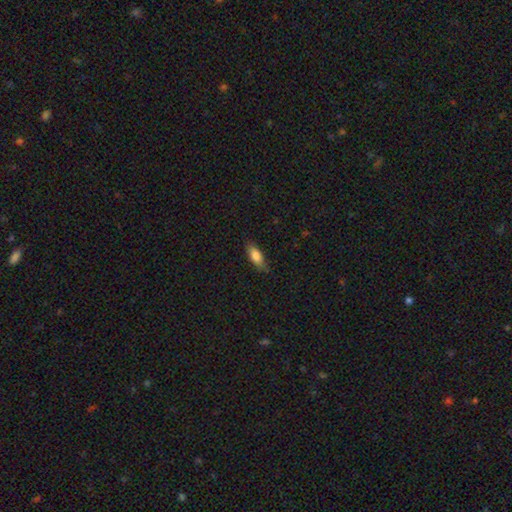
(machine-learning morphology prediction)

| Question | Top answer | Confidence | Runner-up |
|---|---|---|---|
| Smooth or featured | smooth | 81% | featured or disk (12%) |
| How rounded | in between | 74% | cigar-shaped (24%) |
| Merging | none | 79% | minor disturbance (17%) |